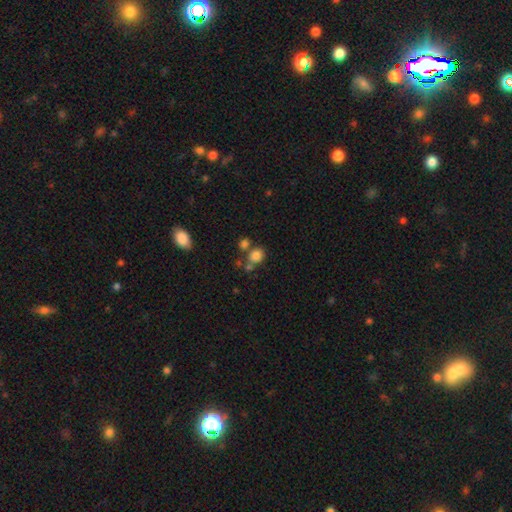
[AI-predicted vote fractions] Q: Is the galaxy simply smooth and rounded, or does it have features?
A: smooth — 81%.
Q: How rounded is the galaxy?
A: round — 66%.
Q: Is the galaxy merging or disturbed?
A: none — 57%.